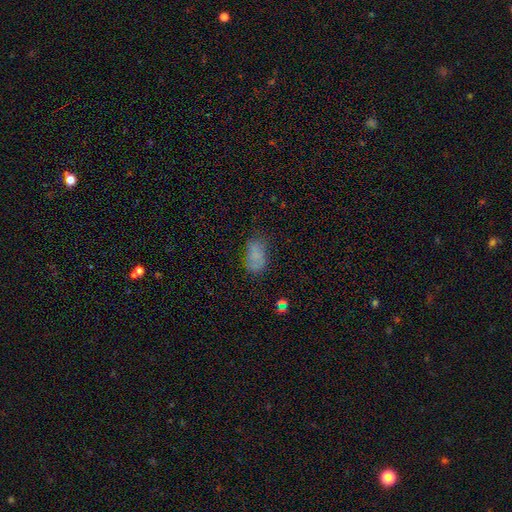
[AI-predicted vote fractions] Q: Smooth or featured?
A: smooth (74%); runner-up: featured or disk (13%)
Q: How rounded?
A: in between (92%); runner-up: round (6%)
Q: Merging?
A: none (61%); runner-up: minor disturbance (26%)